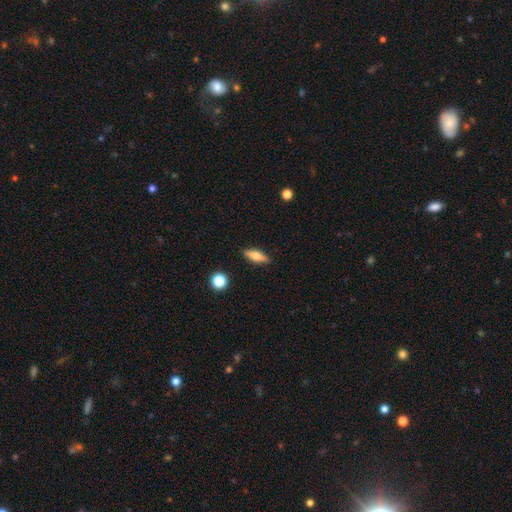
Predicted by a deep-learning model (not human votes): Smooth or featured?
  - smooth: 51% *
  - featured or disk: 42%
  - star or artifact: 8%
How rounded?
  - cigar-shaped: 49% *
  - in between: 46%
  - round: 4%
Merging?
  - none: 89% *
  - minor disturbance: 8%
  - major disturbance: 2%
  - merger: 2%